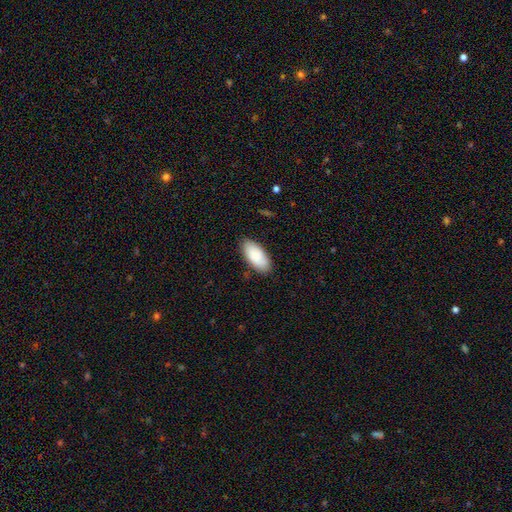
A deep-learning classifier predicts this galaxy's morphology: Smooth or featured?
  - smooth: 87% *
  - featured or disk: 7%
  - star or artifact: 6%
How rounded?
  - in between: 91% *
  - cigar-shaped: 7%
  - round: 2%
Merging?
  - none: 85% *
  - minor disturbance: 12%
  - major disturbance: 2%
  - merger: 1%